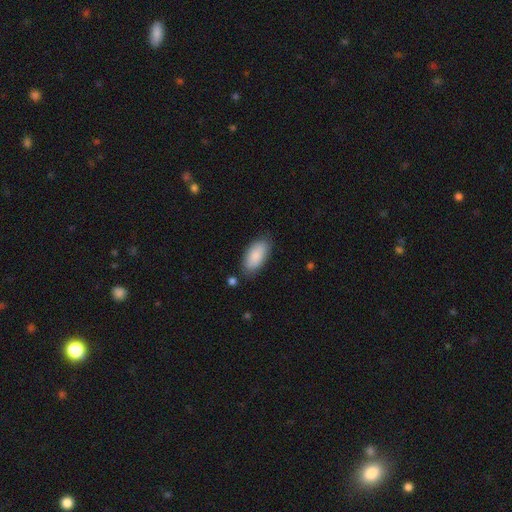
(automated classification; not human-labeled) smooth-or-featured: smooth: 87% | featured or disk: 8% | star or artifact: 6%
  how-rounded: in between: 92% | cigar-shaped: 6% | round: 2%
  merging: none: 80% | minor disturbance: 14% | major disturbance: 3% | merger: 2%